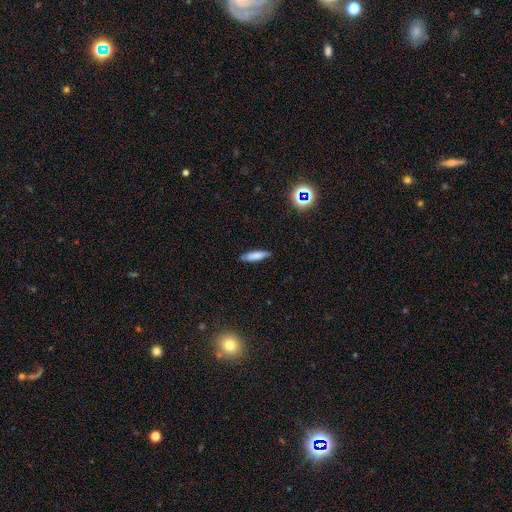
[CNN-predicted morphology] A smooth galaxy with no disk features (76%) that is cigar-shaped (74%). Merging: none (88%).